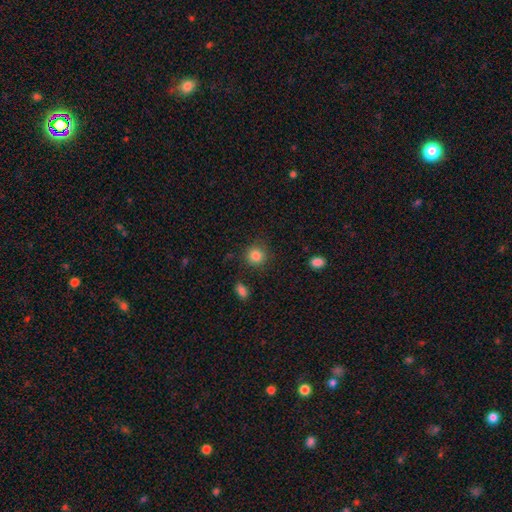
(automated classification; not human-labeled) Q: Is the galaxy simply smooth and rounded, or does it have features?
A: smooth — 85%.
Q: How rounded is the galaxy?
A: round — 90%.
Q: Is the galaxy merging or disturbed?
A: none — 86%.